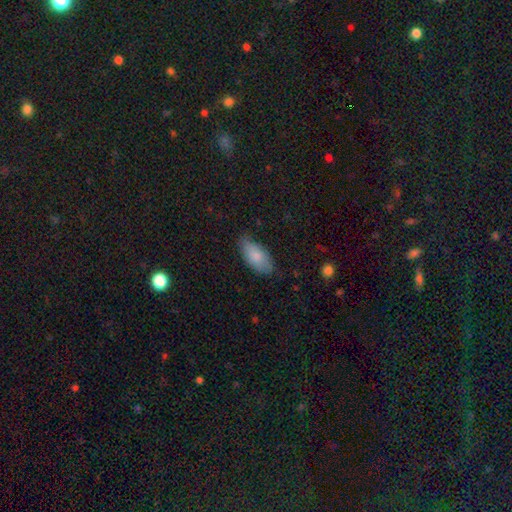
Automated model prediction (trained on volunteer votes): Smooth or featured?
  - smooth: 81% *
  - featured or disk: 13%
  - star or artifact: 6%
How rounded?
  - in between: 91% *
  - cigar-shaped: 7%
  - round: 2%
Merging?
  - none: 71% *
  - minor disturbance: 23%
  - major disturbance: 4%
  - merger: 1%